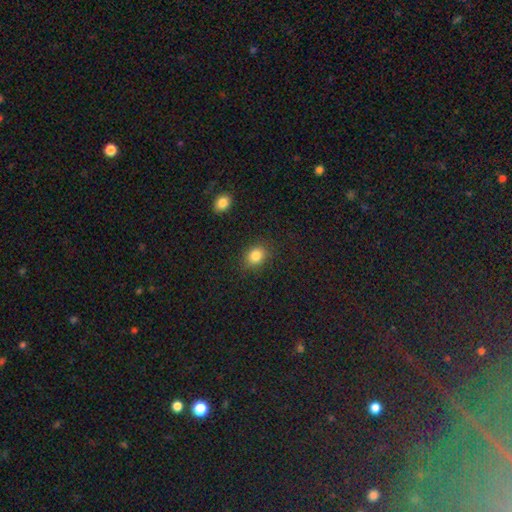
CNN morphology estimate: smooth-or-featured: smooth: 83% | star or artifact: 11% | featured or disk: 6%
  how-rounded: round: 54% | in between: 45% | cigar-shaped: 1%
  merging: none: 83% | minor disturbance: 12% | major disturbance: 4% | merger: 2%